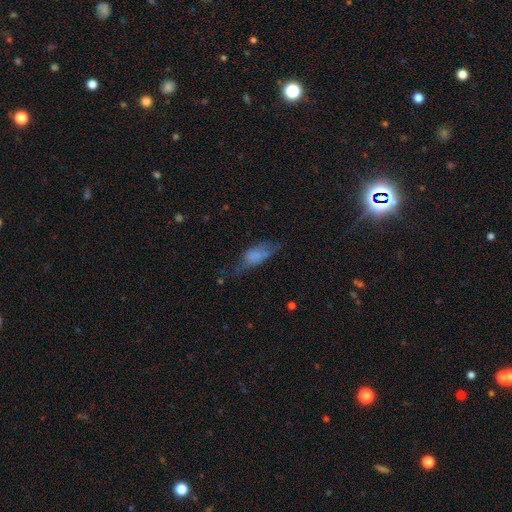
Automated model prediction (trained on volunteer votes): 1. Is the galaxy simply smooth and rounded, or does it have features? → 61% smooth, 29% featured or disk, 10% star or artifact.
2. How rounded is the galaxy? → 72% in between, 25% cigar-shaped, 3% round.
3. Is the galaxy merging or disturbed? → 38% none, 30% minor disturbance, 27% major disturbance, 5% merger.